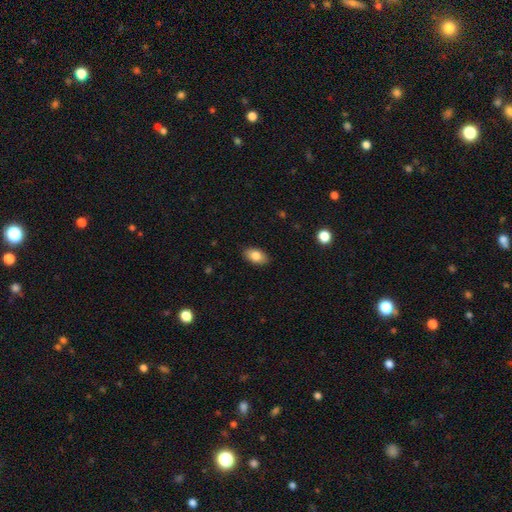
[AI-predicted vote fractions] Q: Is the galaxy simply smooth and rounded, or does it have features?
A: smooth — 82%.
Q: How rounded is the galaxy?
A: in between — 91%.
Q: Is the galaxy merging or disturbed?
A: none — 88%.